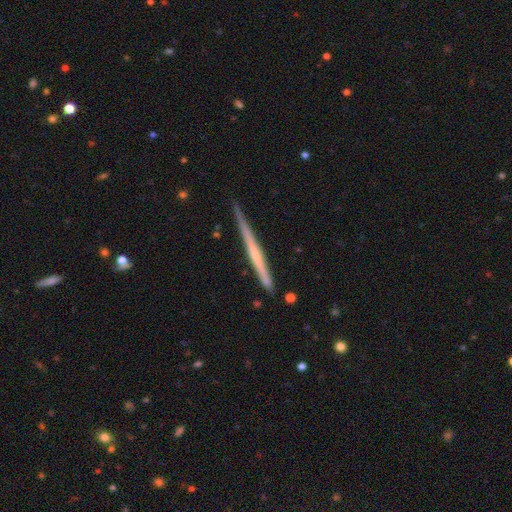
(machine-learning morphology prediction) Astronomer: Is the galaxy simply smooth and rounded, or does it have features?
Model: featured or disk — 61%.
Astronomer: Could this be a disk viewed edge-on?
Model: yes — 98%.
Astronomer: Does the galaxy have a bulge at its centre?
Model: none — 72%.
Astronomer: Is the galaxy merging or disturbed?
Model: none — 81%.